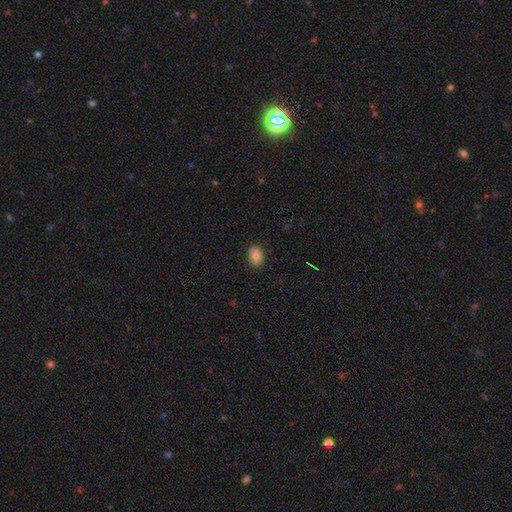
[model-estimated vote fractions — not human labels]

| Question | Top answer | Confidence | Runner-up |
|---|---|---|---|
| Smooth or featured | smooth | 79% | featured or disk (12%) |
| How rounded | in between | 78% | round (21%) |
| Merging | none | 86% | minor disturbance (11%) |